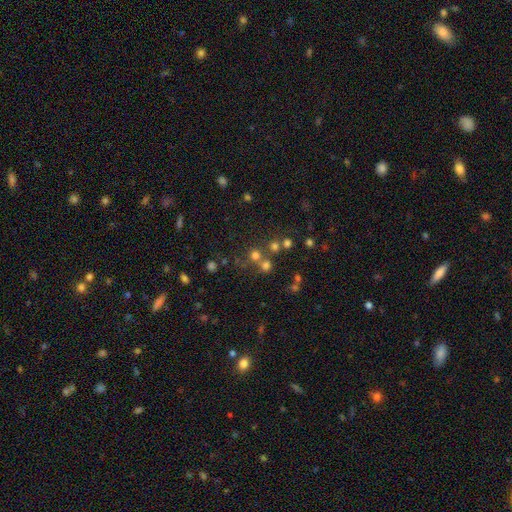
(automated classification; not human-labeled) smooth 63%, star or artifact 26%, featured or disk 11%. Down the decision tree: how rounded — round (90%); merging — none (61%).